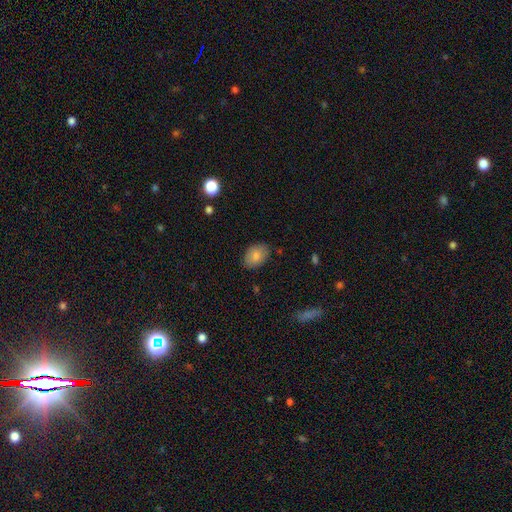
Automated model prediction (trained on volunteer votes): Smooth or featured?
  - smooth: 82% *
  - featured or disk: 10%
  - star or artifact: 7%
How rounded?
  - in between: 84% *
  - round: 15%
  - cigar-shaped: 1%
Merging?
  - none: 85% *
  - minor disturbance: 12%
  - major disturbance: 2%
  - merger: 1%